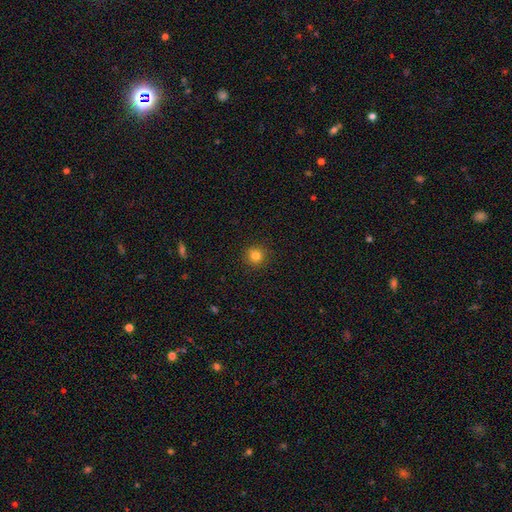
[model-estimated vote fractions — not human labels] Smooth or featured: smooth — 82% (star or artifact — 13%)
How rounded: round — 93% (in between — 6%)
Merging: none — 91% (minor disturbance — 6%)